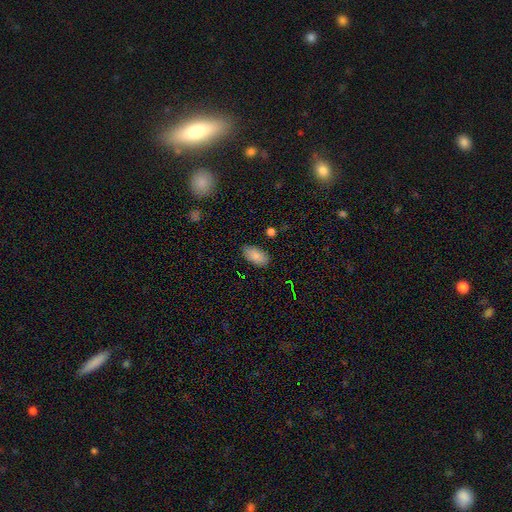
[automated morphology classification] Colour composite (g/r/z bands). It shows a smooth galaxy with no disk features (86%) that is in between round and cigar-shaped (94%). Merging: none (85%).